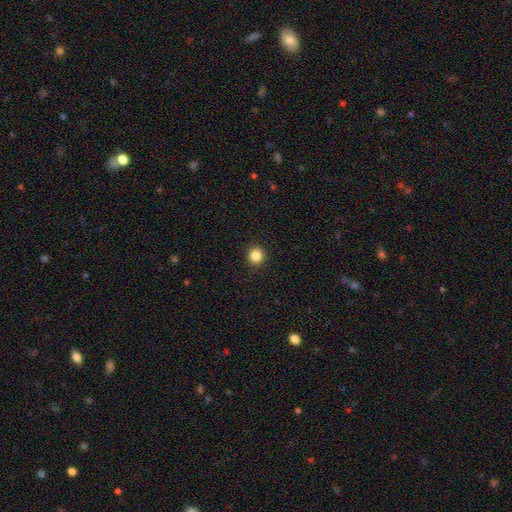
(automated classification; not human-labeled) A smooth galaxy with no disk features (85%) that is round (92%).

Vote fractions:
- Smooth or featured? smooth: 85% / star or artifact: 11% / featured or disk: 4%
- How rounded? round: 92% / in between: 7% / cigar-shaped: 1%
- Merging? none: 93% / minor disturbance: 5% / major disturbance: 2% / merger: 1%